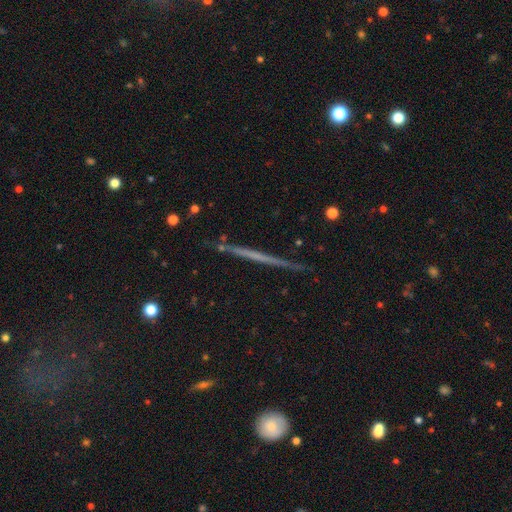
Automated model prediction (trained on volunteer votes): smooth_or_featured: featured or disk (p=0.64) [alt: smooth p=0.28]
disk_edge_on: yes (p=0.98) [alt: no p=0.02]
edge_on_bulge: none (p=0.86) [alt: rounded p=0.10]
merging: none (p=0.89) [alt: minor disturbance p=0.08]